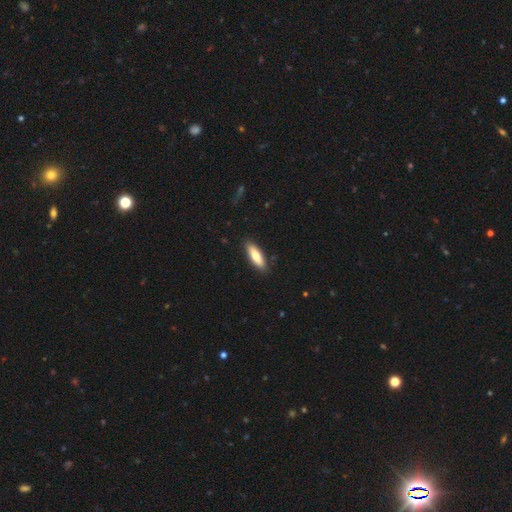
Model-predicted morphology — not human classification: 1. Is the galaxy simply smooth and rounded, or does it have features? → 72% smooth, 22% featured or disk, 5% star or artifact.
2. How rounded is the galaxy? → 53% cigar-shaped, 45% in between, 2% round.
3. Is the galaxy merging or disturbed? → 89% none, 9% minor disturbance, 2% major disturbance, 1% merger.